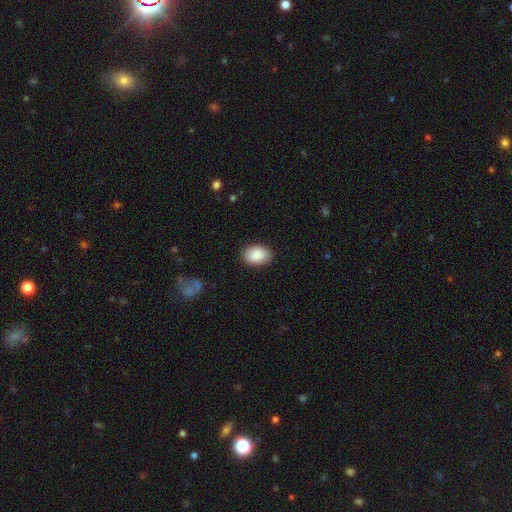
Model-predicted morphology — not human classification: smooth_or_featured: smooth (p=0.89) [alt: star or artifact p=0.07]
how_rounded: in between (p=0.84) [alt: round p=0.15]
merging: none (p=0.88) [alt: minor disturbance p=0.08]